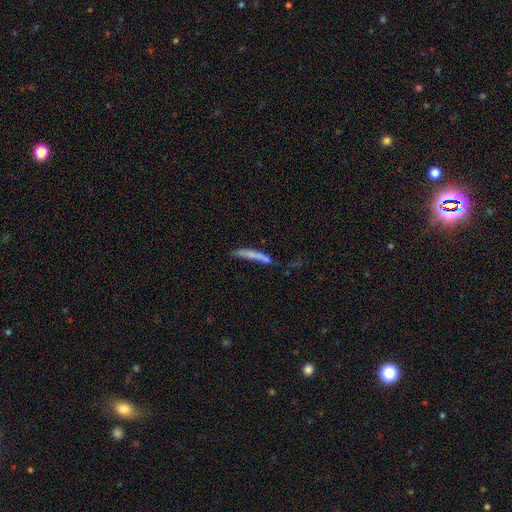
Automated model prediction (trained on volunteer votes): Overall: smooth (60%; featured or disk 30%). How rounded: cigar-shaped (93%). Merging: none (49%; minor disturbance 21%).